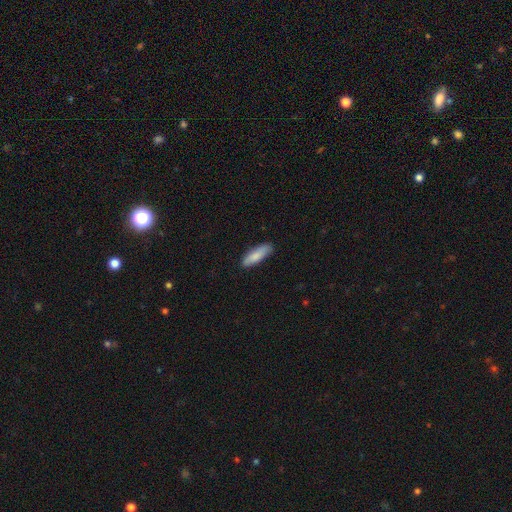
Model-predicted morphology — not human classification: Q: Smooth or featured?
A: smooth (84%); runner-up: featured or disk (10%)
Q: How rounded?
A: cigar-shaped (55%); runner-up: in between (43%)
Q: Merging?
A: none (84%); runner-up: minor disturbance (13%)